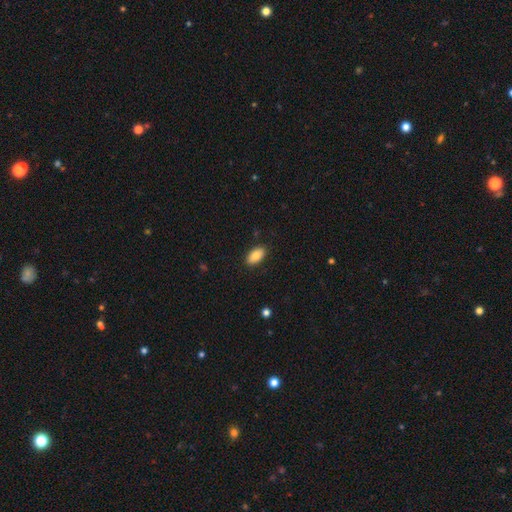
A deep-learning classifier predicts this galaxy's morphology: This is clearly a smooth galaxy (86%). How rounded: clearly in between (94%). Merging: clearly none (88%).